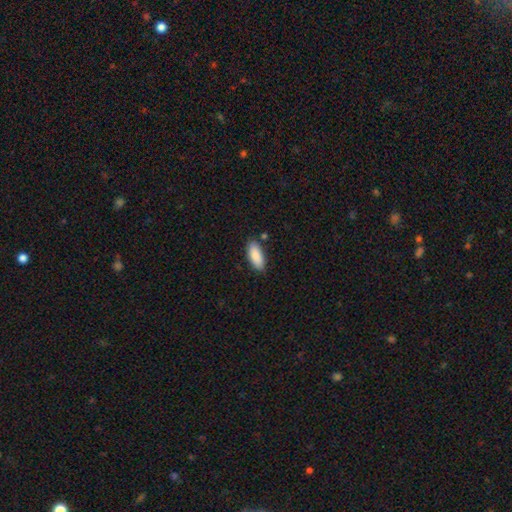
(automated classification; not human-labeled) This appears to be a smooth galaxy with no disk features (88%) that is in between round and cigar-shaped (83%). Merging: none (83%).